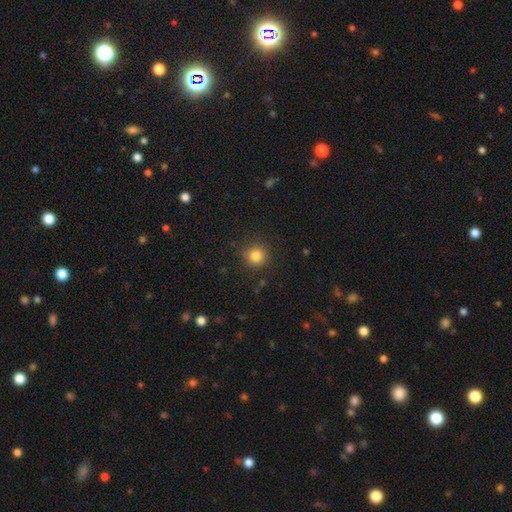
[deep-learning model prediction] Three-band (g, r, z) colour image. It shows a smooth galaxy with no disk features (83%) that is round (93%). Merging: none (88%).